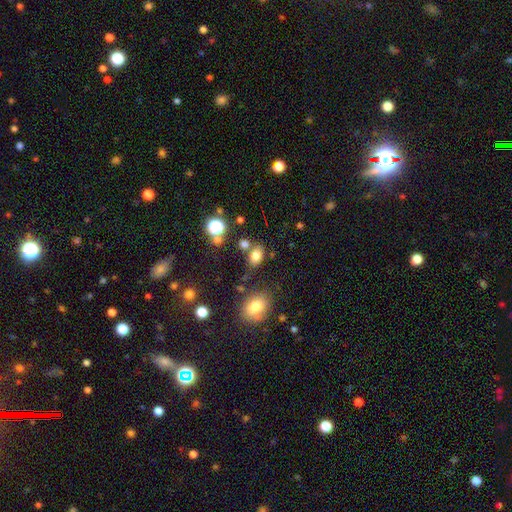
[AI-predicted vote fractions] Smooth or featured? smooth (77%)
How rounded? in between (75%)
Merging? none (68%)